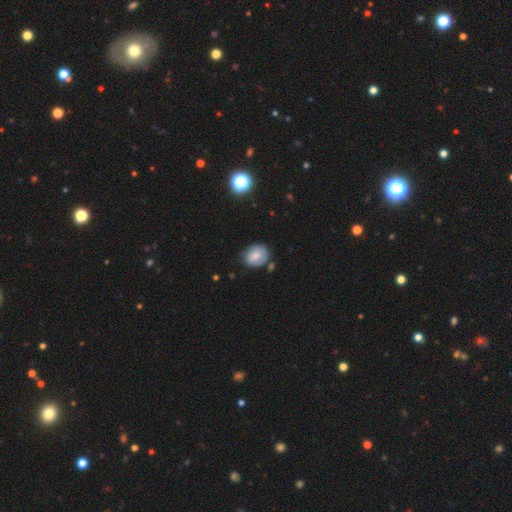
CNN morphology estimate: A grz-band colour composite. It shows a smooth galaxy with no disk features (79%) that is round (52%). Merging: none (68%).